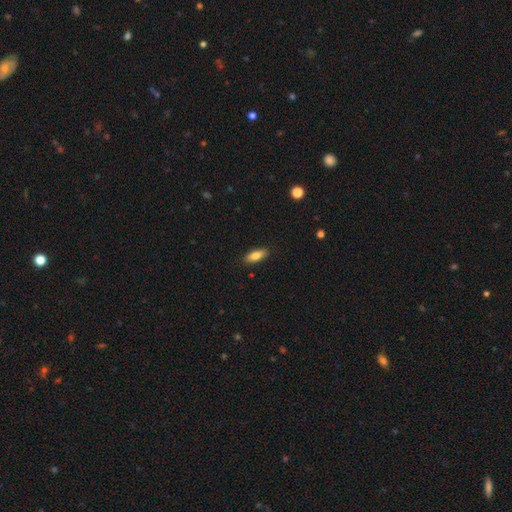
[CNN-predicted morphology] Smooth or featured? smooth (80%)
How rounded? in between (73%)
Merging? none (88%)